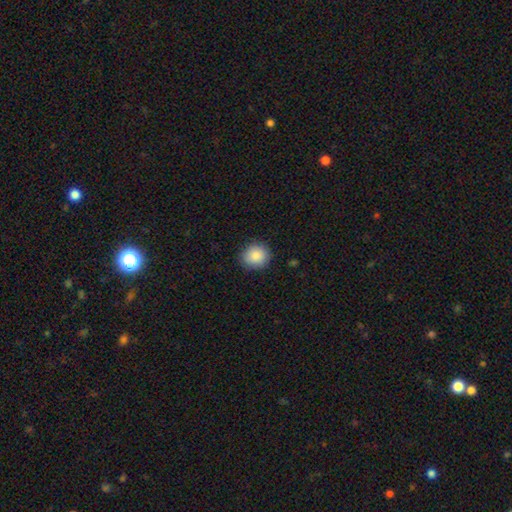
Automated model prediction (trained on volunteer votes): A smooth galaxy with no disk features (88%) that is round (81%).

Vote fractions:
- Smooth or featured? smooth: 88% / star or artifact: 8% / featured or disk: 5%
- How rounded? round: 81% / in between: 18% / cigar-shaped: 1%
- Merging? none: 86% / minor disturbance: 10% / major disturbance: 2% / merger: 1%